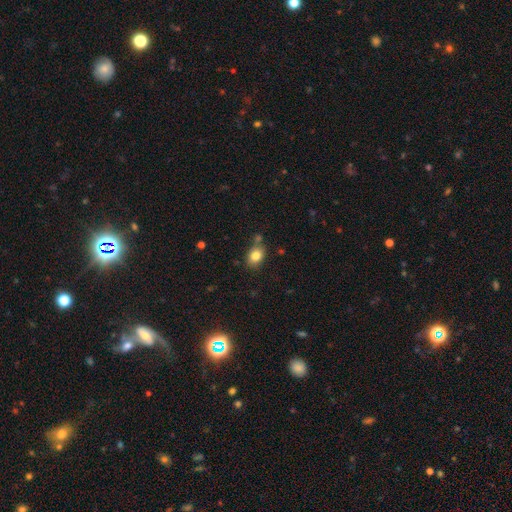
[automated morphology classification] Smooth or featured? smooth (82%)
How rounded? in between (65%)
Merging? none (72%)